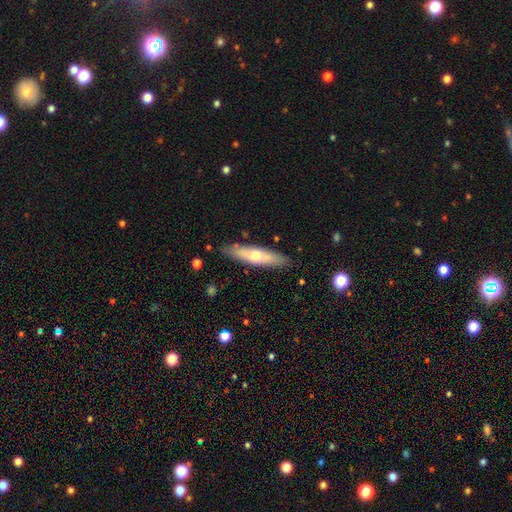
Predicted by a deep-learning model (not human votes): smooth_or_featured: smooth (p=0.48) [alt: featured or disk p=0.47]
merging: none (p=0.85) [alt: minor disturbance p=0.11]